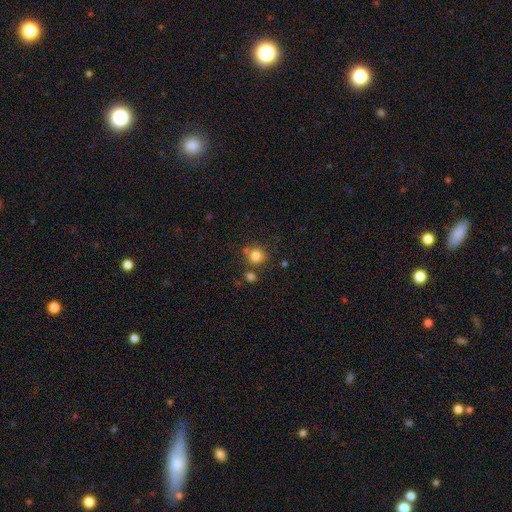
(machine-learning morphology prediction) A smooth galaxy with no disk features (81%) that is round (91%). Merging: none (73%).